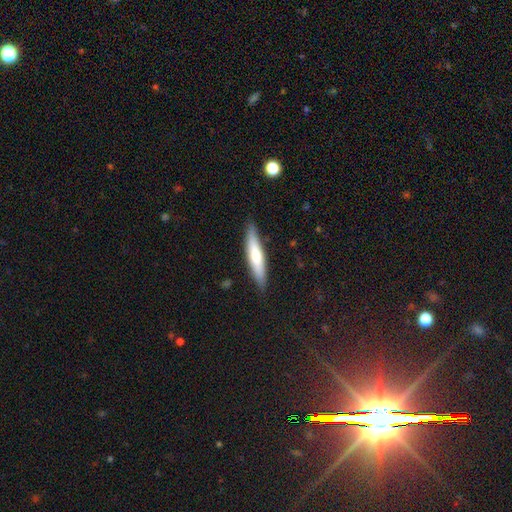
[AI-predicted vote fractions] smooth 57%, featured or disk 37%, star or artifact 6%. Down the decision tree: how rounded — cigar-shaped (84%); merging — none (86%).